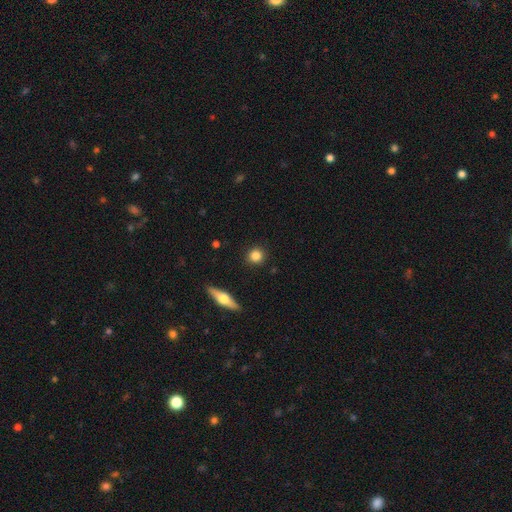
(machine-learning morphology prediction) smooth_or_featured: smooth (p=0.83) [alt: star or artifact p=0.09]
how_rounded: round (p=0.91) [alt: in between p=0.07]
merging: none (p=0.91) [alt: minor disturbance p=0.06]